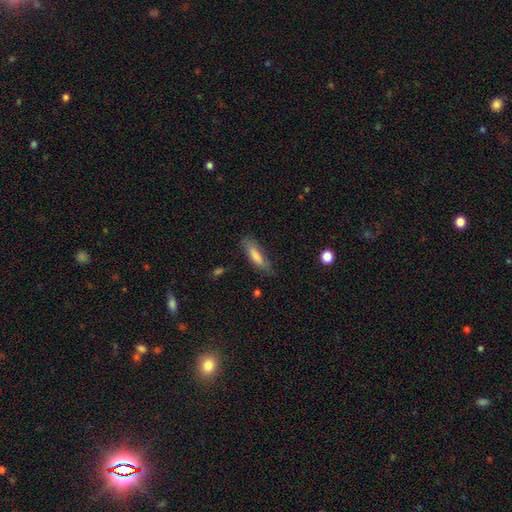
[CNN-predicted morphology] A smooth galaxy with no disk features (72%) that is cigar-shaped (60%). Merging: none (71%).